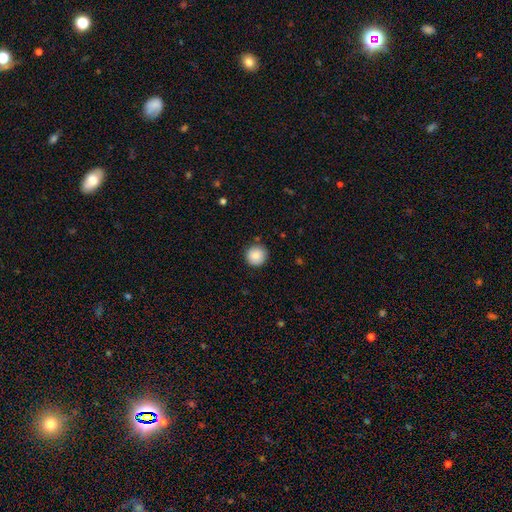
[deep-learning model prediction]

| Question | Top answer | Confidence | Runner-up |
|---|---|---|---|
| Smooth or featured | smooth | 85% | star or artifact (8%) |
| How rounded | round | 96% | in between (3%) |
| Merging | none | 89% | minor disturbance (8%) |